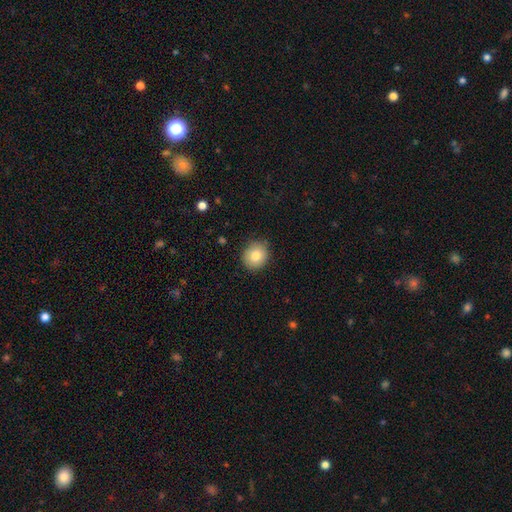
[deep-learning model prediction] This appears to be a smooth galaxy with no disk features (82%) that is round (81%). Merging: none (87%).